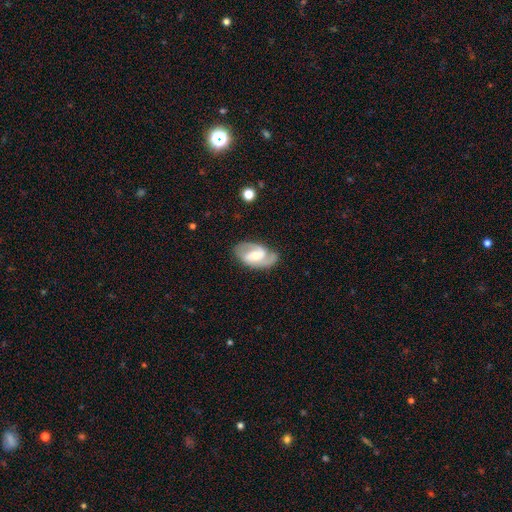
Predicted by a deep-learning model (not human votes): A featured or disk galaxy (80%) with a weak bar (48%), 2 (83%) medium (51%) spiral arms (93%) and a moderate central bulge (54%).

Vote fractions:
- Smooth or featured? featured or disk: 80% / smooth: 15% / star or artifact: 5%
- Edge-on disk? no: 96% / yes: 4%
- Bar? weak: 48% / strong: 27% / no: 25%
- Spiral arms? yes: 93% / no: 7%
- Spiral winding? medium: 51% / tight: 31% / loose: 19%
- Spiral arm count? 2: 83% / can't tell: 7% / 1: 5% / 3: 3% / 4: 1% / more than 4: 1%
- Bulge size? moderate: 54% / small: 39% / large: 5% / none: 2% / dominant: 1%
- Merging? none: 76% / minor disturbance: 16% / major disturbance: 6% / merger: 1%